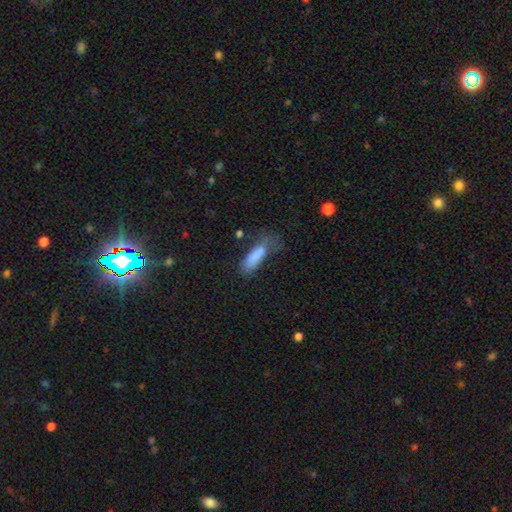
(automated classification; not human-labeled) This appears to be a smooth galaxy with no disk features (80%) that is in between round and cigar-shaped (51%). Merging: none (33%).